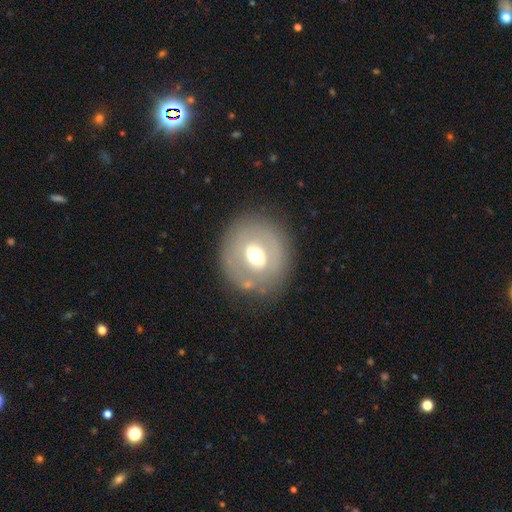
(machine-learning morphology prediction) smooth-or-featured: featured or disk: 46% | smooth: 45% | star or artifact: 9%
  merging: none: 80% | minor disturbance: 11% | major disturbance: 6% | merger: 2%